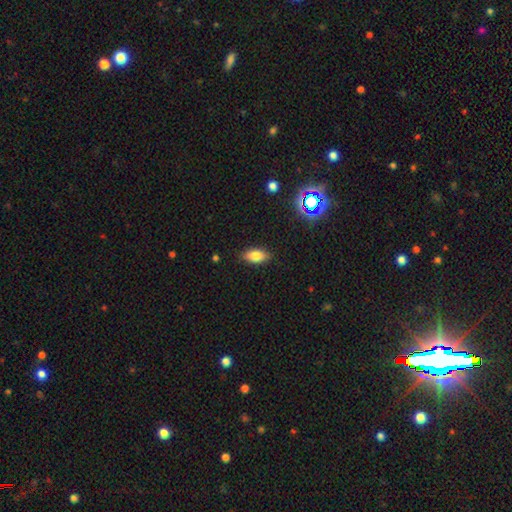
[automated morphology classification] This is likely a smooth galaxy (78%). How rounded: clearly in between (87%). Merging: clearly none (87%).